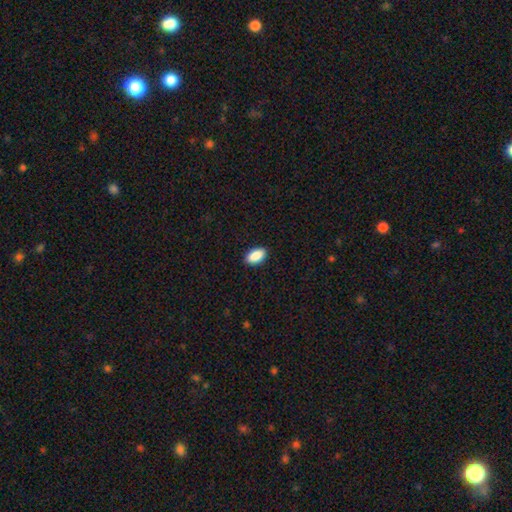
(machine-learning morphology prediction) Smooth or featured? smooth (90%)
How rounded? in between (94%)
Merging? none (90%)